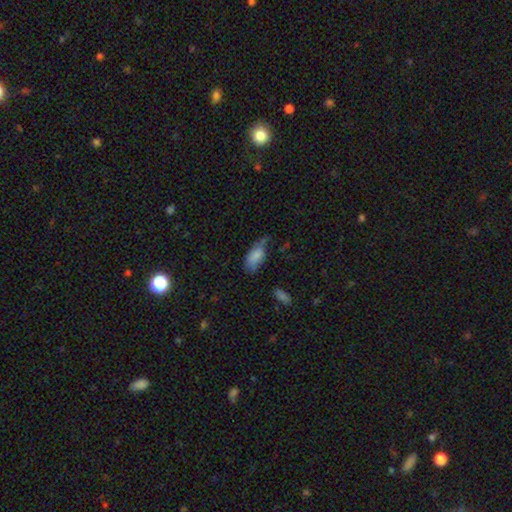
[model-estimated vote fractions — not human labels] smooth_or_featured: smooth (p=0.77) [alt: featured or disk p=0.15]
how_rounded: in between (p=0.89) [alt: cigar-shaped p=0.08]
merging: minor disturbance (p=0.40) [alt: none p=0.33]